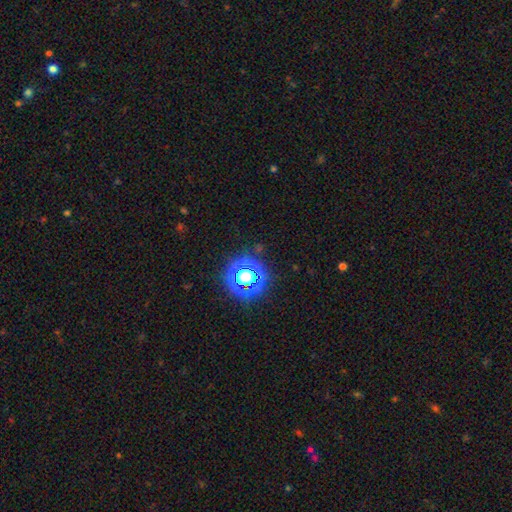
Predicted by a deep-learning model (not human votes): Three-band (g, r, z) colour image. It shows a star or artifact, not a galaxy (78%).